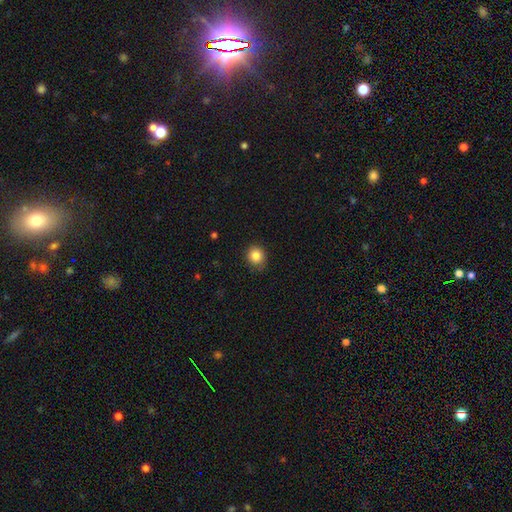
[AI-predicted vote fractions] Q: Smooth or featured?
A: smooth (85%); runner-up: star or artifact (10%)
Q: How rounded?
A: round (81%); runner-up: in between (18%)
Q: Merging?
A: none (82%); runner-up: minor disturbance (14%)